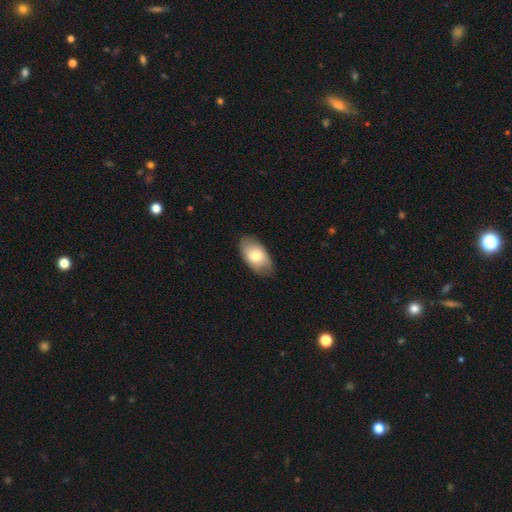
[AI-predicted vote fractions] Q: Smooth or featured?
A: smooth (73%); runner-up: featured or disk (21%)
Q: How rounded?
A: in between (94%); runner-up: round (4%)
Q: Merging?
A: none (82%); runner-up: minor disturbance (14%)